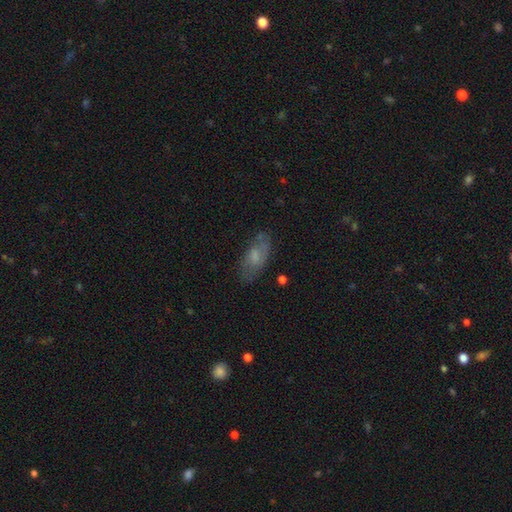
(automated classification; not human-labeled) smooth_or_featured: smooth (p=0.52) [alt: featured or disk p=0.38]
how_rounded: in between (p=0.85) [alt: cigar-shaped p=0.11]
merging: none (p=0.69) [alt: minor disturbance p=0.21]